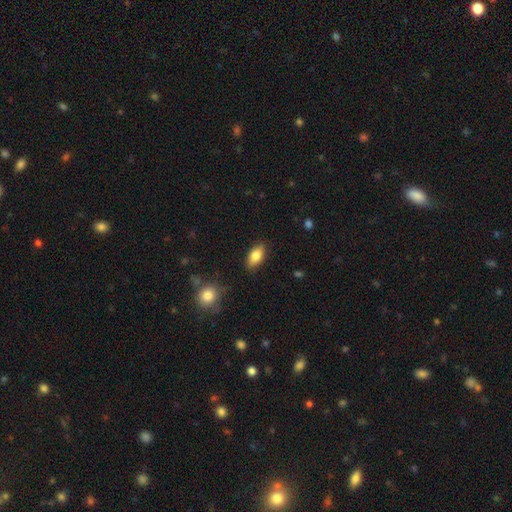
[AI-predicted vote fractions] smooth_or_featured: smooth (p=0.80) [alt: featured or disk p=0.12]
how_rounded: in between (p=0.89) [alt: cigar-shaped p=0.06]
merging: none (p=0.85) [alt: minor disturbance p=0.11]